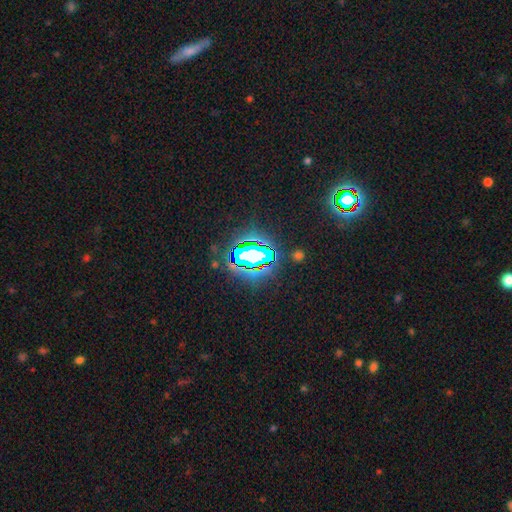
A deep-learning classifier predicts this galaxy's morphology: Smooth or featured?
  - star or artifact: 71% *
  - smooth: 16%
  - featured or disk: 13%